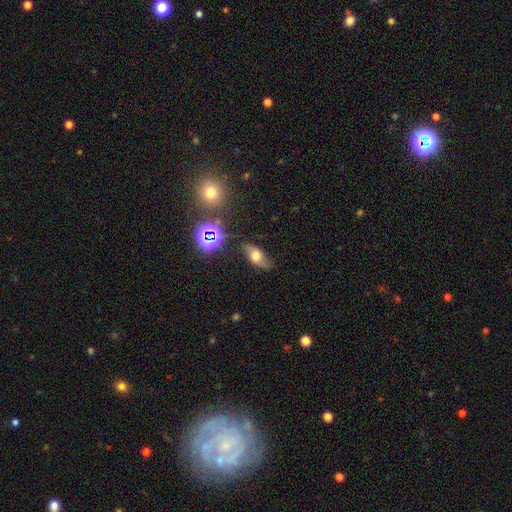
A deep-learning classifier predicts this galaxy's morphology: type=smooth (54%); roundness=in between (84%); merging=none (74%).